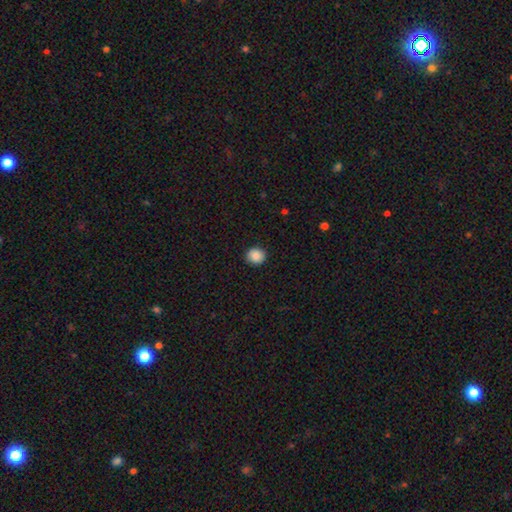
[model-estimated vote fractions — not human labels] This appears to be a smooth galaxy with no disk features (88%) that is round (84%). Merging: none (91%).